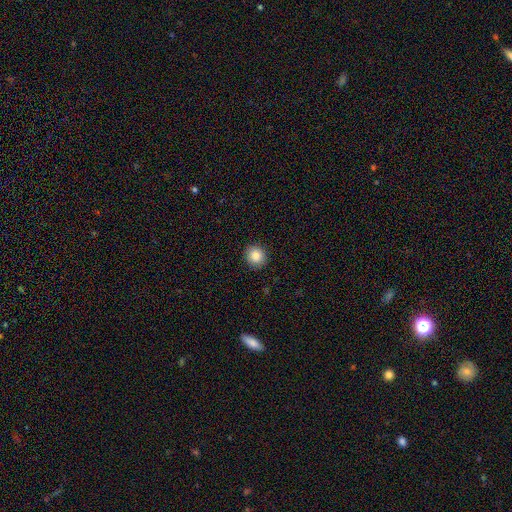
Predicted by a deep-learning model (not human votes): A smooth galaxy with no disk features (86%) that is round (90%).

Vote fractions:
- Smooth or featured? smooth: 86% / star or artifact: 9% / featured or disk: 5%
- How rounded? round: 90% / in between: 9% / cigar-shaped: 1%
- Merging? none: 91% / minor disturbance: 6% / major disturbance: 2% / merger: 1%